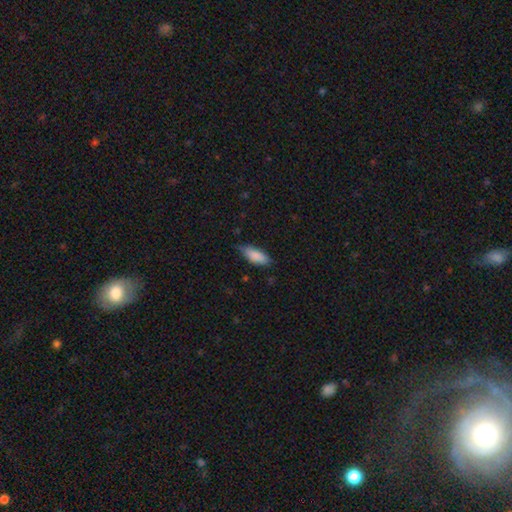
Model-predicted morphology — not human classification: Overall: smooth (87%). How rounded: in between (79%). Merging: none (62%; minor disturbance 32%).